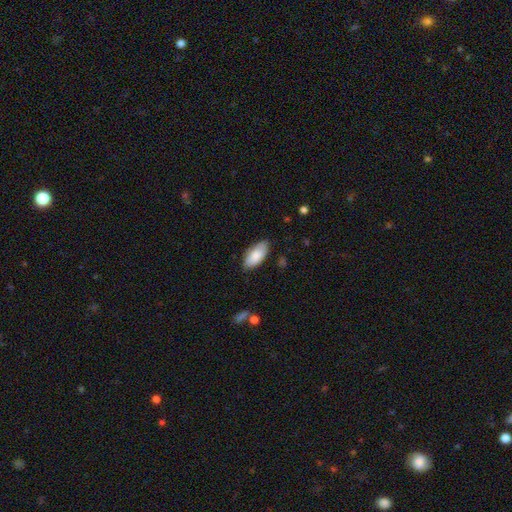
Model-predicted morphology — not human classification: This appears to be a smooth galaxy with no disk features (85%) that is in between round and cigar-shaped (91%). Merging: none (80%).